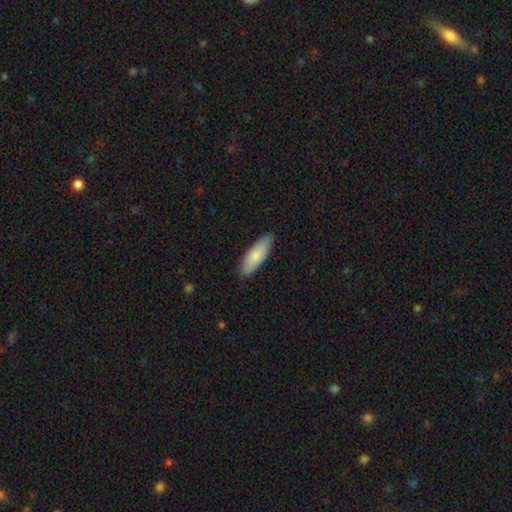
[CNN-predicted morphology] type=smooth (81%); roundness=in between (55%); merging=none (87%).